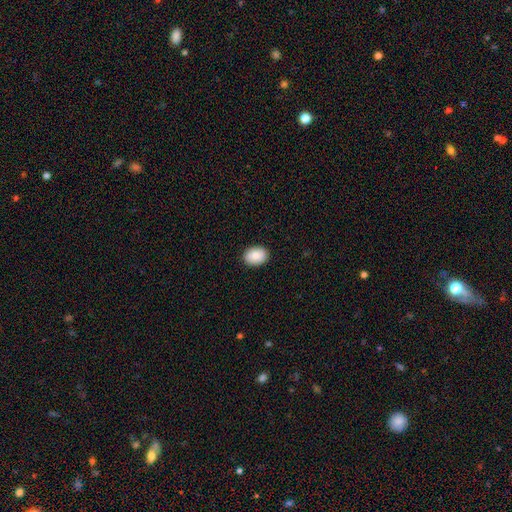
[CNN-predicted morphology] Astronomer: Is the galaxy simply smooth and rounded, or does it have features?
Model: smooth — 87%.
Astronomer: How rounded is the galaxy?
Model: in between — 73%.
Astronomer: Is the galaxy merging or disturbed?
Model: none — 90%.